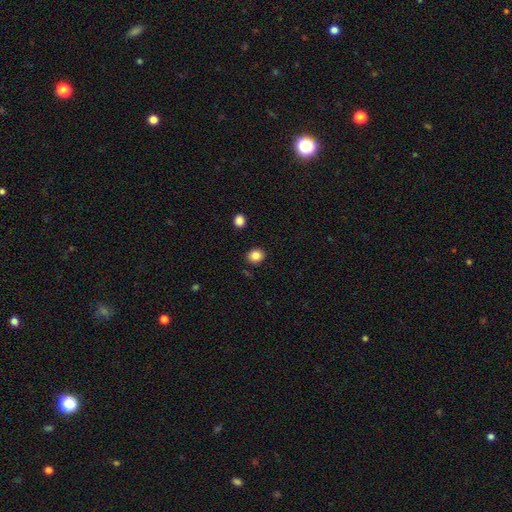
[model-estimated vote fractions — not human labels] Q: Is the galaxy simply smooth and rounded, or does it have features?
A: smooth — 84%.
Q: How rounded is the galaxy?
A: round — 73%.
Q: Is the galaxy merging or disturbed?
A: none — 89%.